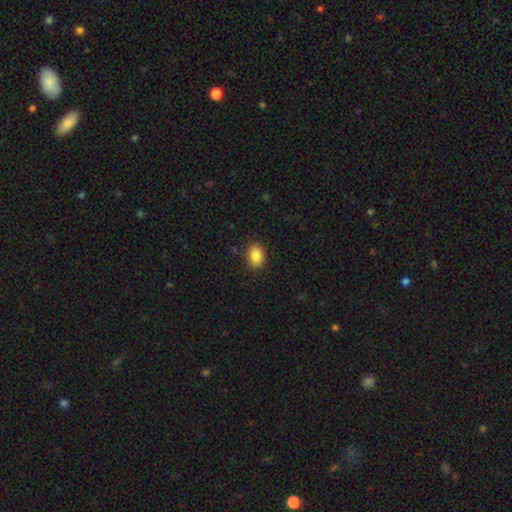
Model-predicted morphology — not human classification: smooth_or_featured: smooth (p=0.87) [alt: star or artifact p=0.08]
how_rounded: in between (p=0.80) [alt: round p=0.19]
merging: none (p=0.87) [alt: minor disturbance p=0.10]